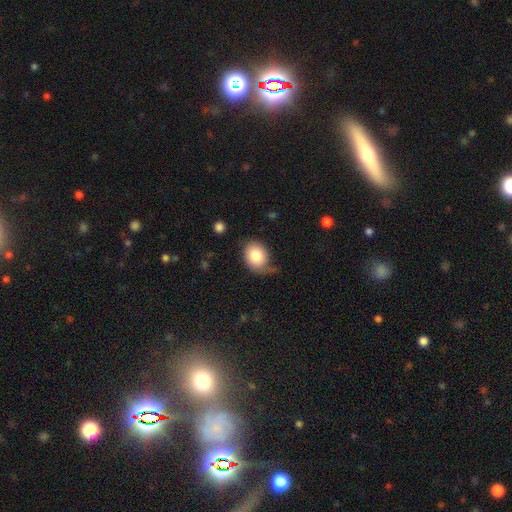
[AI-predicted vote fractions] A smooth galaxy with no disk features (80%) that is round (53%). Merging: none (52%).